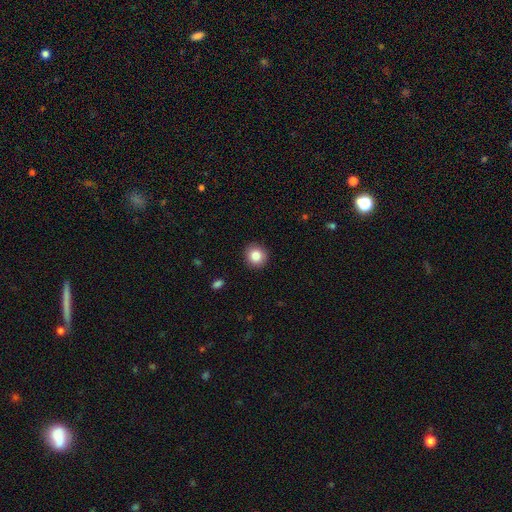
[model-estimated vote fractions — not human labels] This appears to be a smooth galaxy with no disk features (84%) that is round (90%). Merging: none (91%).